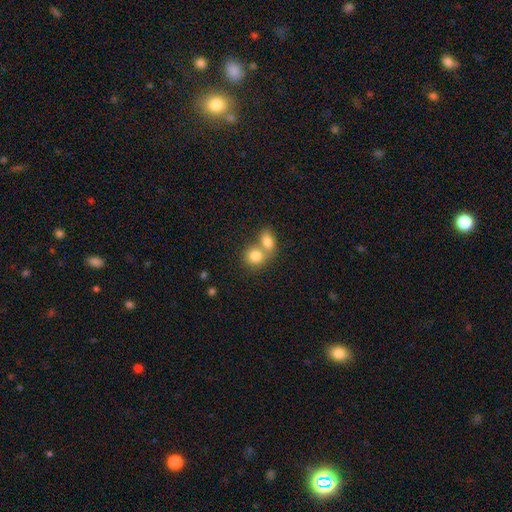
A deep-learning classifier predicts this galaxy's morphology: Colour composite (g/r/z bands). It shows a smooth galaxy with no disk features (81%) that is round (68%). Merging: merger (59%).